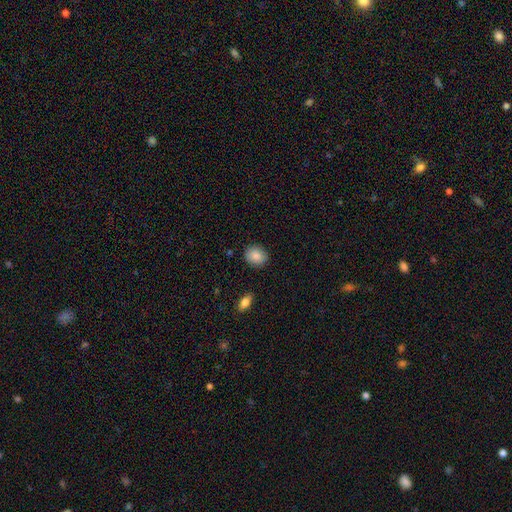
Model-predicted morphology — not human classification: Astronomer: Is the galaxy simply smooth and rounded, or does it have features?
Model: smooth — 87%.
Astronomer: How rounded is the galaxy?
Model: round — 66%.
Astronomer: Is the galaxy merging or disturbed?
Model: none — 87%.